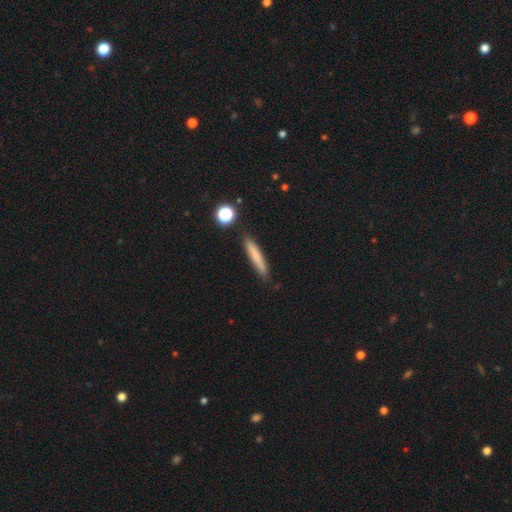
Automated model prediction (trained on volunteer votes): The model was most divided on "smooth or featured": smooth: 73%, featured or disk: 19%, star or artifact: 8%. More confident: how rounded — cigar-shaped (92%); merging — none (85%).